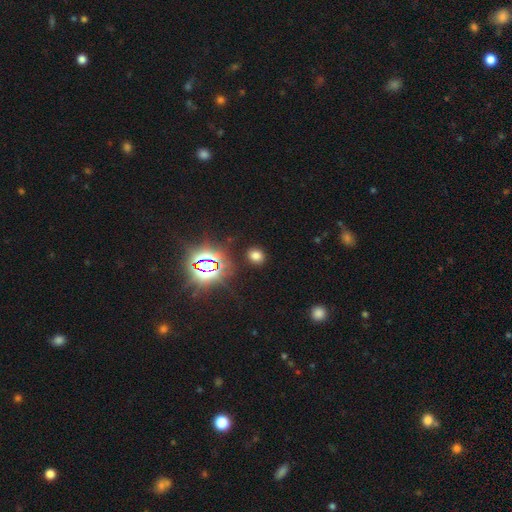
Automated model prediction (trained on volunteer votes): smooth-or-featured: smooth: 64% | star or artifact: 29% | featured or disk: 7%
  how-rounded: round: 54% | in between: 45% | cigar-shaped: 1%
  merging: none: 87% | minor disturbance: 8% | major disturbance: 3% | merger: 2%